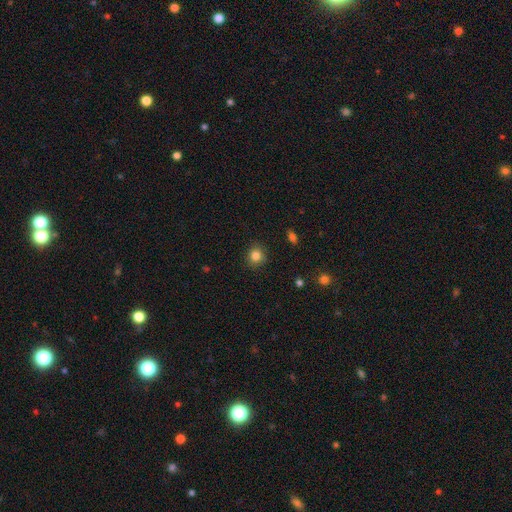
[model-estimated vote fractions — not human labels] smooth_or_featured: smooth (p=0.84) [alt: star or artifact p=0.12]
how_rounded: round (p=0.88) [alt: in between p=0.12]
merging: none (p=0.89) [alt: minor disturbance p=0.08]